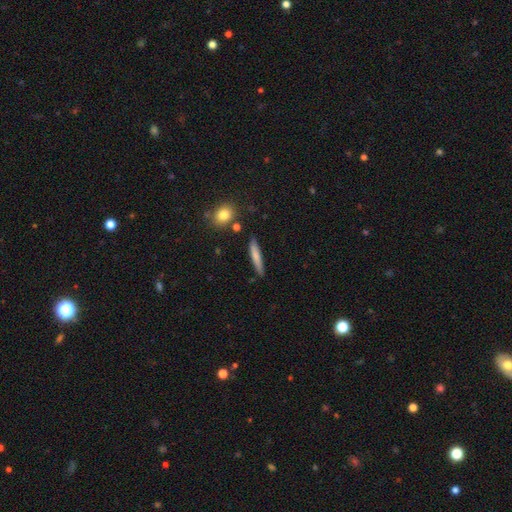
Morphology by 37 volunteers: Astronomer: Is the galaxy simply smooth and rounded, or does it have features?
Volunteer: smooth — 81%.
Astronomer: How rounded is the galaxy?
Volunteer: cigar-shaped — 97%.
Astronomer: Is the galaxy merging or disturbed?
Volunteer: none — 54% (runner-up: minor disturbance, 37%).